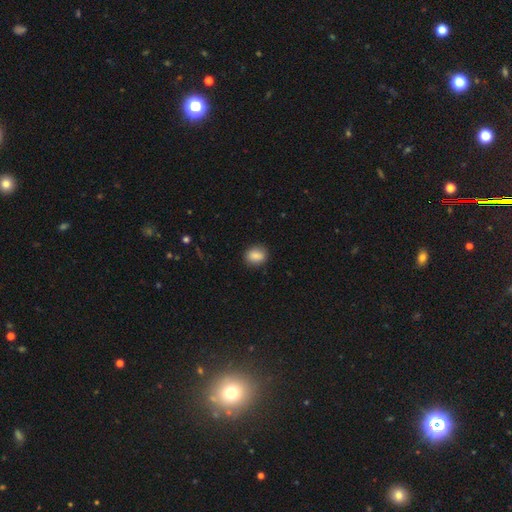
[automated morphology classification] Q: Smooth or featured?
A: smooth (85%); runner-up: star or artifact (8%)
Q: How rounded?
A: round (61%); runner-up: in between (38%)
Q: Merging?
A: none (87%); runner-up: minor disturbance (10%)